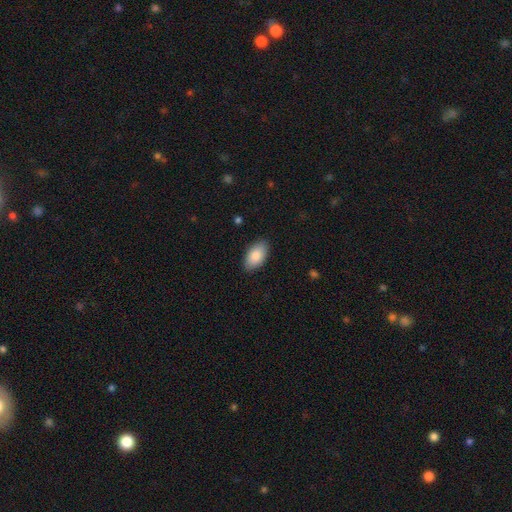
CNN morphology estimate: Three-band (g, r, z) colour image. It shows a smooth galaxy with no disk features (86%) that is in between round and cigar-shaped (95%). Merging: none (87%).